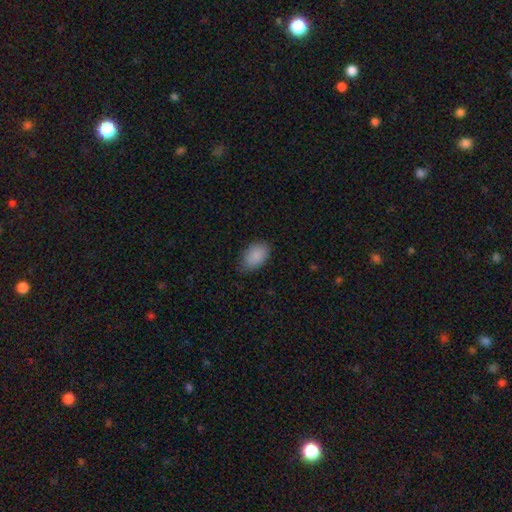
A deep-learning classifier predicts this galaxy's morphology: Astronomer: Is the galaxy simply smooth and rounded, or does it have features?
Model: smooth — 89%.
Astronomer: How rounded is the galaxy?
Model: in between — 90%.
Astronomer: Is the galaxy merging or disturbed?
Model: none — 75%.